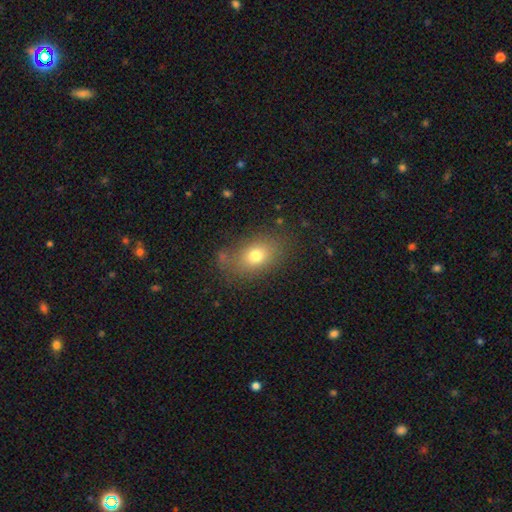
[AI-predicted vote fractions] Smooth or featured?
  - smooth: 75% *
  - featured or disk: 14%
  - star or artifact: 12%
How rounded?
  - in between: 78% *
  - round: 20%
  - cigar-shaped: 2%
Merging?
  - none: 76% *
  - minor disturbance: 15%
  - major disturbance: 6%
  - merger: 3%